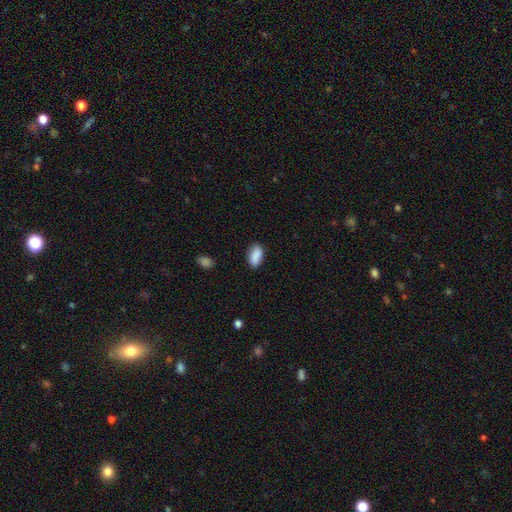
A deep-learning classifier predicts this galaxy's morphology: The model was most divided on "merging": none: 83%, minor disturbance: 12%, major disturbance: 3%, merger: 1%. More confident: how rounded — in between (91%); smooth or featured — smooth (88%).